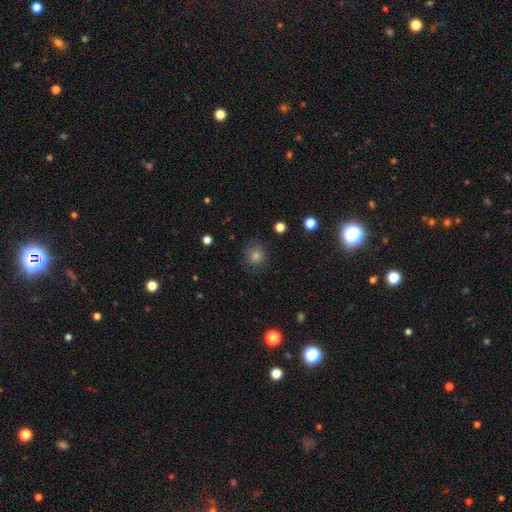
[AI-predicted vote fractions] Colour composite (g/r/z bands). It shows a smooth galaxy with no disk features (66%) that is round (91%). Merging: none (85%).